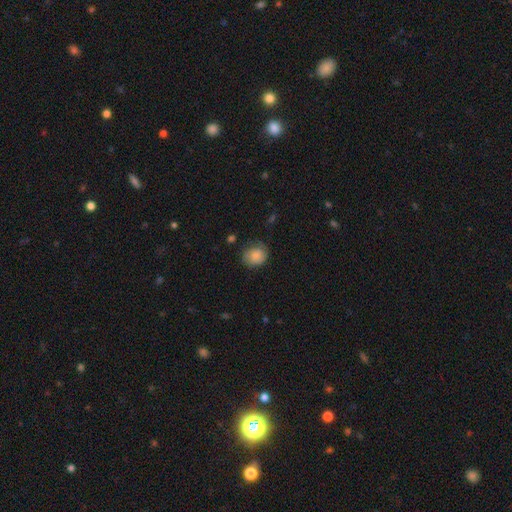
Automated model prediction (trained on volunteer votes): Smooth or featured? Predicted: smooth (p=0.67). How rounded? Predicted: round (p=0.67). Merging? Predicted: none (p=0.66).